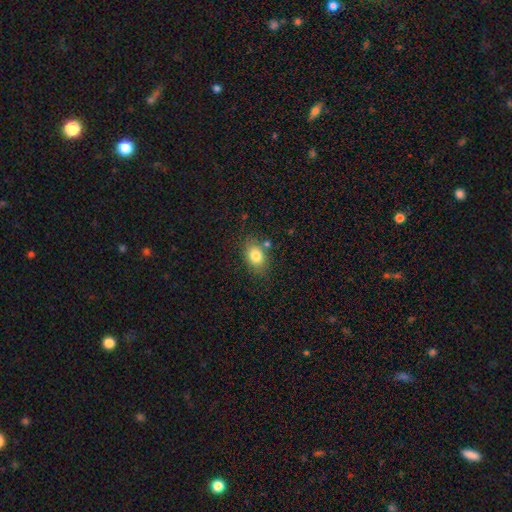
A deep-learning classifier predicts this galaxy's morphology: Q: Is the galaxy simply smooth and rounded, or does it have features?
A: smooth — 80%.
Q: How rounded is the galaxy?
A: in between — 72%.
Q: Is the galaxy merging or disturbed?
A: none — 74%.